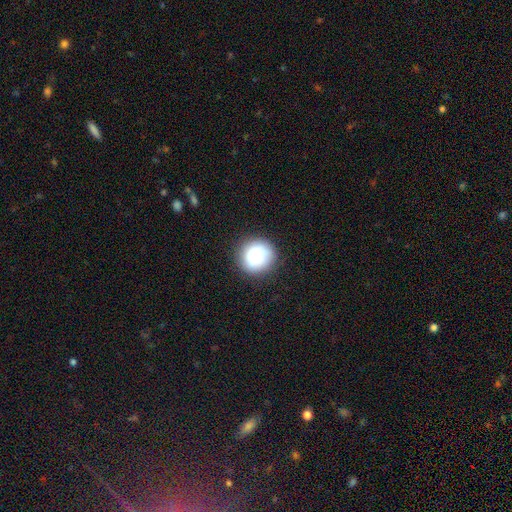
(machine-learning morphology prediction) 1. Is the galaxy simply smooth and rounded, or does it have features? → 80% smooth, 10% featured or disk, 9% star or artifact.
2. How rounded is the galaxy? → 91% round, 8% in between, 1% cigar-shaped.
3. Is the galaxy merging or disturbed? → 85% none, 10% minor disturbance, 3% major disturbance, 1% merger.